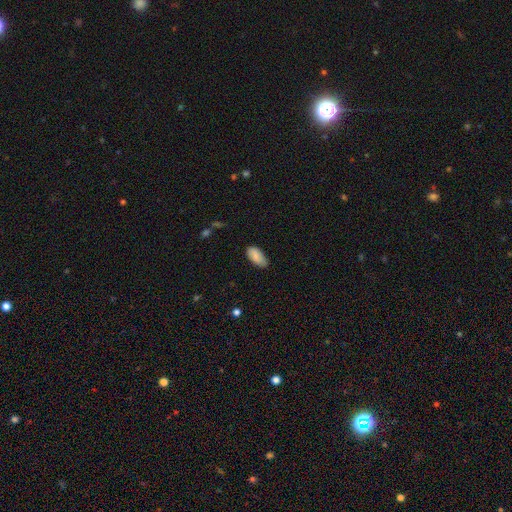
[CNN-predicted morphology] This appears to be a smooth galaxy with no disk features (84%) that is in between round and cigar-shaped (93%). Merging: none (73%).